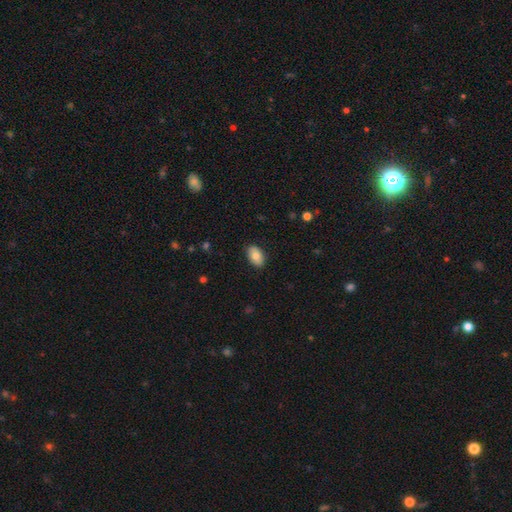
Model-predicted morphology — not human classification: Q: Smooth or featured?
A: smooth (80%); runner-up: featured or disk (14%)
Q: How rounded?
A: in between (92%); runner-up: round (7%)
Q: Merging?
A: none (87%); runner-up: minor disturbance (10%)